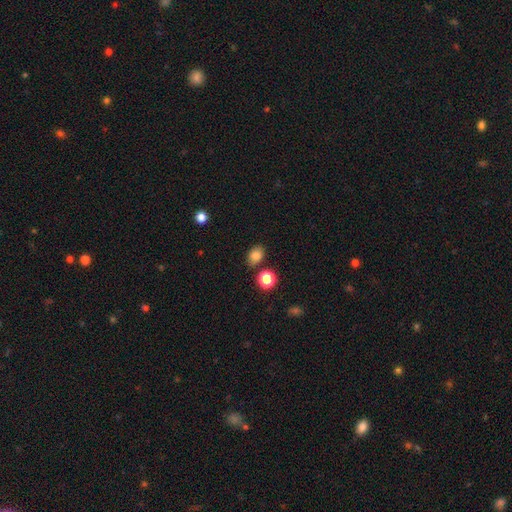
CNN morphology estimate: A smooth galaxy with no disk features (81%) that is in between round and cigar-shaped (68%).

Vote fractions:
- Smooth or featured? smooth: 81% / star or artifact: 12% / featured or disk: 7%
- How rounded? in between: 68% / round: 31% / cigar-shaped: 1%
- Merging? none: 81% / minor disturbance: 11% / merger: 6% / major disturbance: 3%